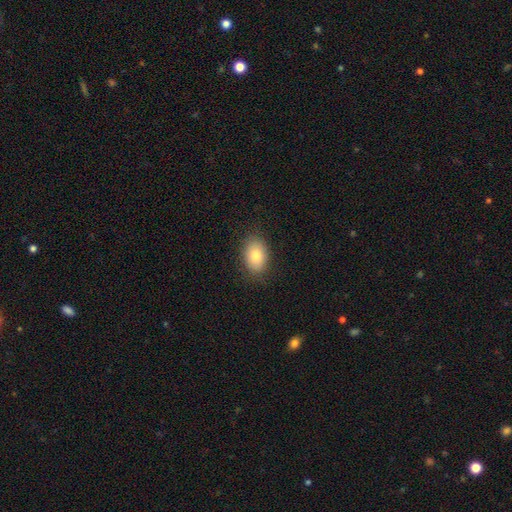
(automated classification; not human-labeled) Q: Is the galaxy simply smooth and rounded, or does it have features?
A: smooth — 81%.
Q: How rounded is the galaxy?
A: in between — 82%.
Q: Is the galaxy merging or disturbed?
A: none — 86%.